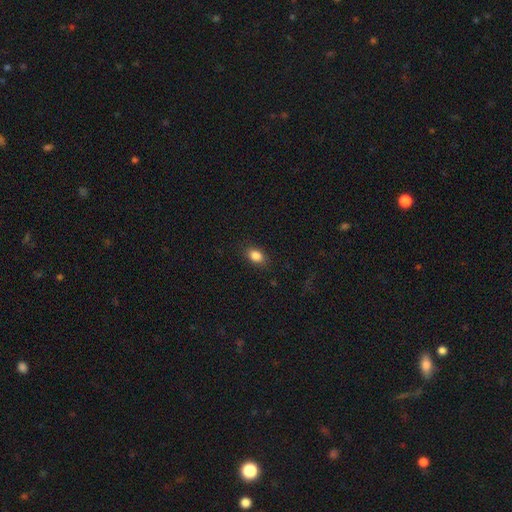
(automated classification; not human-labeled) Morphology: type=smooth (85%); roundness=in between (79%); merging=none (86%).